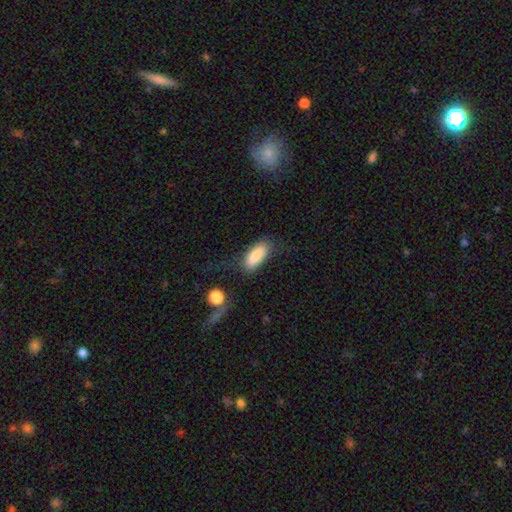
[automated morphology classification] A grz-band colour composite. It shows a smooth galaxy with no disk features (86%) that is in between round and cigar-shaped (75%). Merging: none (69%).